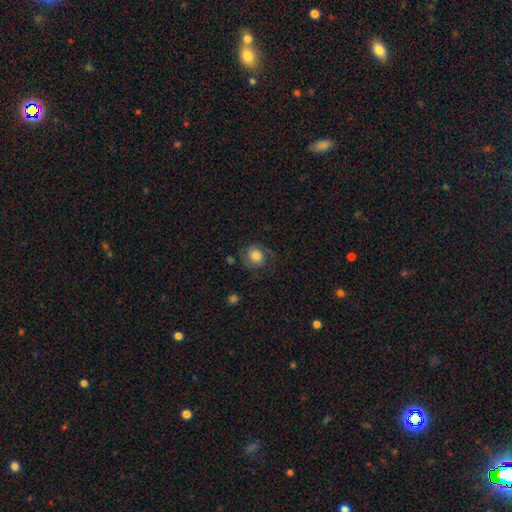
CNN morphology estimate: Q: Smooth or featured?
A: smooth (73%); runner-up: featured or disk (18%)
Q: How rounded?
A: round (82%); runner-up: in between (17%)
Q: Merging?
A: none (66%); runner-up: minor disturbance (20%)